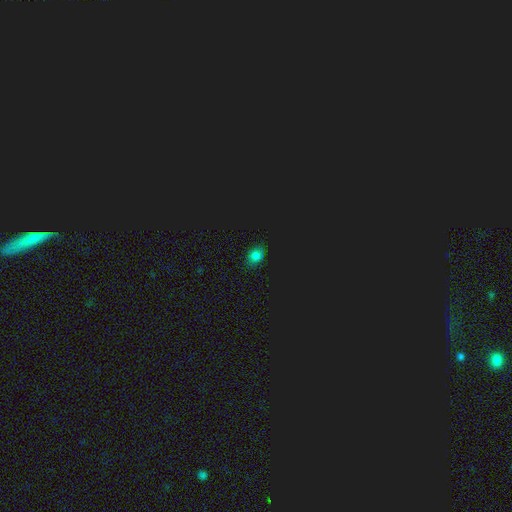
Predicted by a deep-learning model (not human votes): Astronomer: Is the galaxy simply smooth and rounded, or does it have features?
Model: smooth — 62%.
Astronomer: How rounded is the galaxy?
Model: in between — 65%.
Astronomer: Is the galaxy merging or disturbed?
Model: none — 82%.